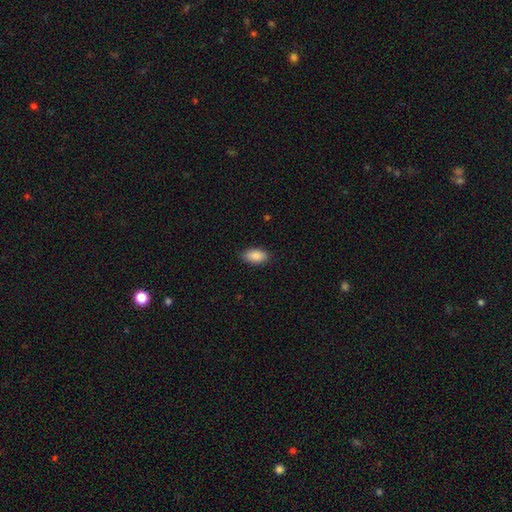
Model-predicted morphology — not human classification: Overall: smooth (89%). How rounded: in between (94%). Merging: none (87%).